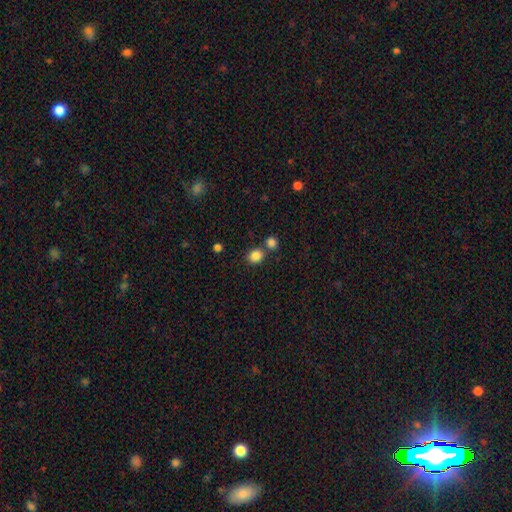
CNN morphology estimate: smooth-or-featured: smooth: 85% | star or artifact: 10% | featured or disk: 4%
  how-rounded: round: 68% | in between: 31% | cigar-shaped: 1%
  merging: none: 70% | merger: 18% | minor disturbance: 9% | major disturbance: 3%